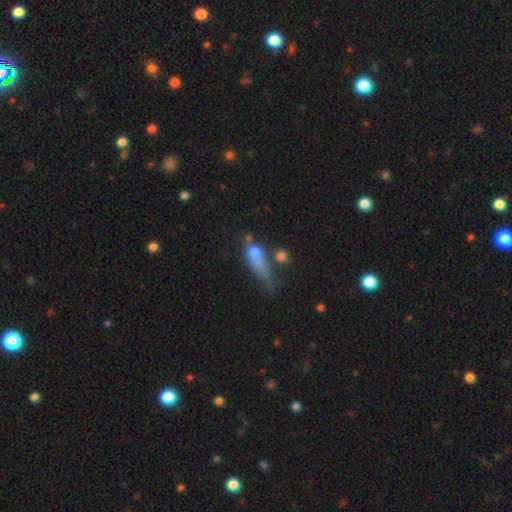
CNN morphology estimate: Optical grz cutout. It shows a smooth galaxy with no disk features (66%) that is in between round and cigar-shaped (54%). Merging: major disturbance (34%).